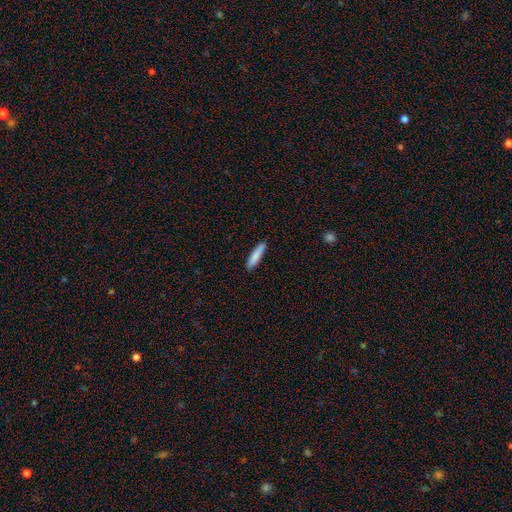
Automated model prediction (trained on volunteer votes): Smooth or featured?
  - smooth: 85% *
  - featured or disk: 9%
  - star or artifact: 6%
How rounded?
  - cigar-shaped: 82% *
  - in between: 17%
  - round: 1%
Merging?
  - none: 87% *
  - minor disturbance: 10%
  - major disturbance: 2%
  - merger: 1%